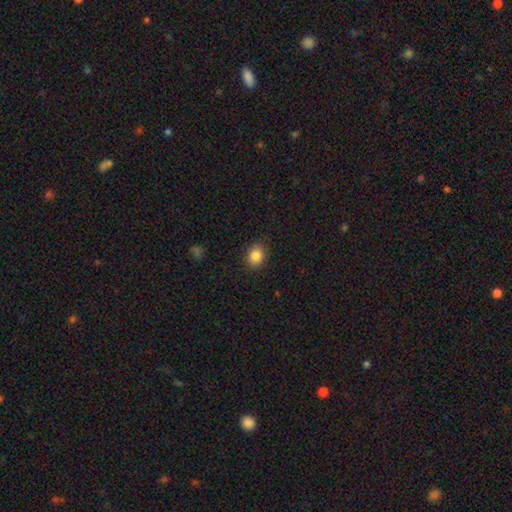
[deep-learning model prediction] Smooth or featured?
  - smooth: 86% *
  - star or artifact: 10%
  - featured or disk: 5%
How rounded?
  - in between: 51% *
  - round: 48%
  - cigar-shaped: 1%
Merging?
  - none: 87% *
  - minor disturbance: 9%
  - major disturbance: 3%
  - merger: 1%